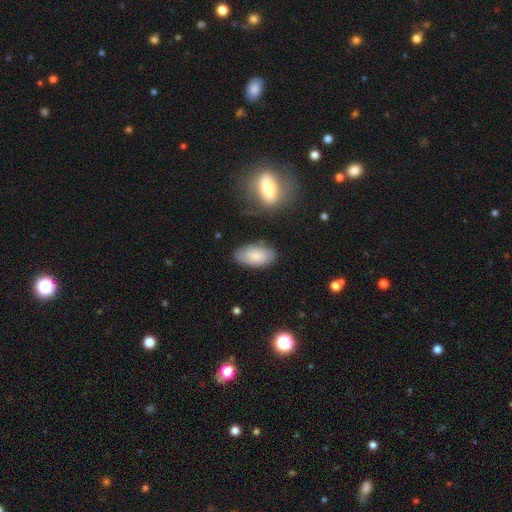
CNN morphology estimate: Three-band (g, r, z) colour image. It shows a smooth galaxy with no disk features (76%) that is in between round and cigar-shaped (94%). Merging: none (75%).